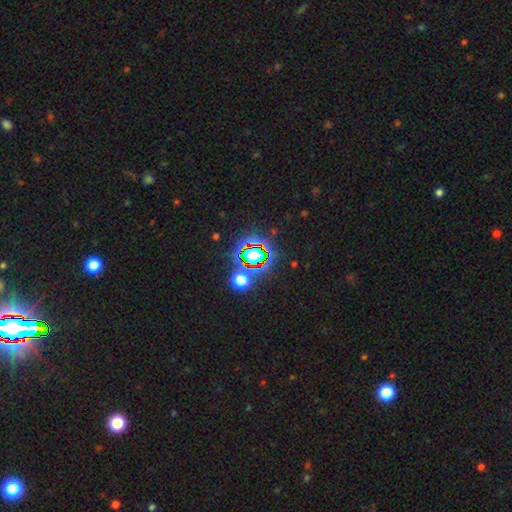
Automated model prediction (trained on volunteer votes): A star or artifact, not a galaxy (81%).